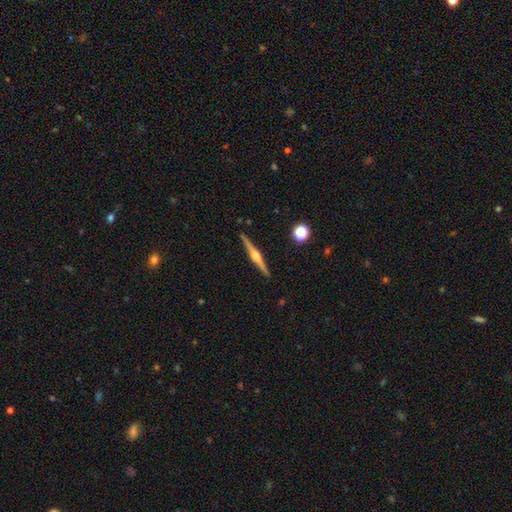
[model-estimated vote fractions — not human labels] This appears to be a featured or disk galaxy (83%) viewed edge-on (99%) with a rounded central bulge (93%). Merging: none (92%).